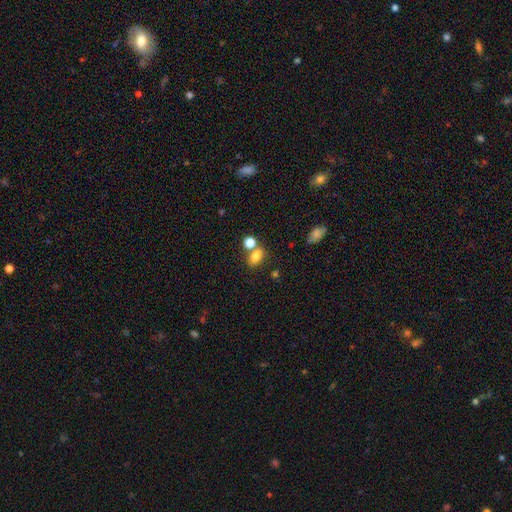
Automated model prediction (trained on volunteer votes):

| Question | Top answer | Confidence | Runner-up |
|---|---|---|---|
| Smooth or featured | smooth | 79% | star or artifact (12%) |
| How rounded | in between | 77% | round (20%) |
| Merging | none | 56% | merger (27%) |